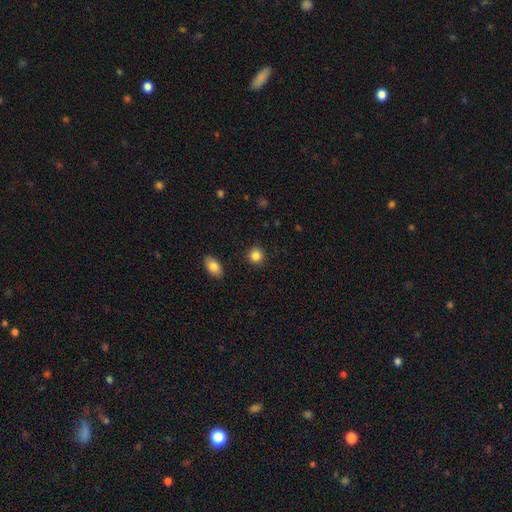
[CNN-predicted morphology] smooth 86%, star or artifact 10%, featured or disk 5%. Down the decision tree: how rounded — round (88%); merging — none (90%).